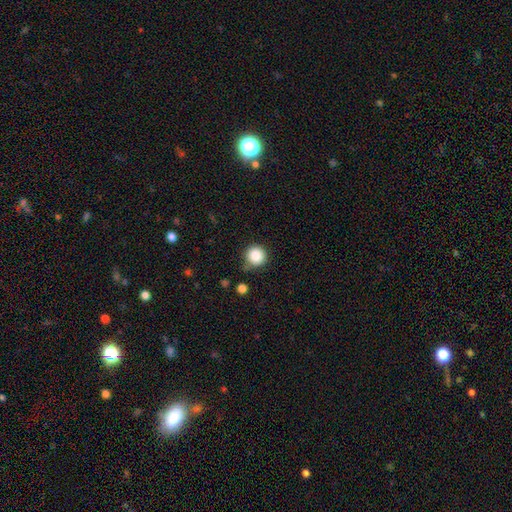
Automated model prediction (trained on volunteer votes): This is clearly a smooth galaxy (87%). How rounded: clearly round (95%). Merging: clearly none (80%).